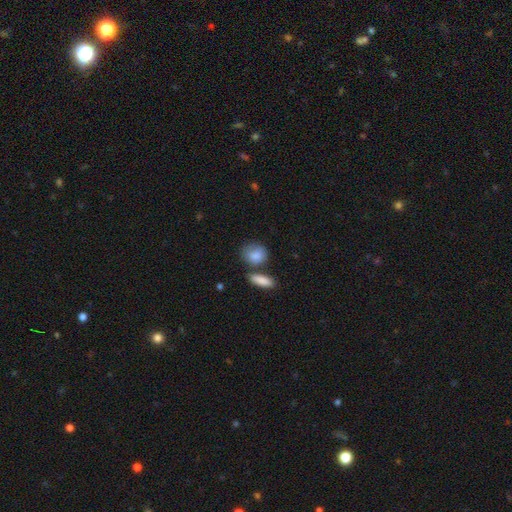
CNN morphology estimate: smooth_or_featured: smooth (p=0.84) [alt: featured or disk p=0.09]
how_rounded: round (p=0.51) [alt: in between p=0.45]
merging: none (p=0.56) [alt: merger p=0.19]